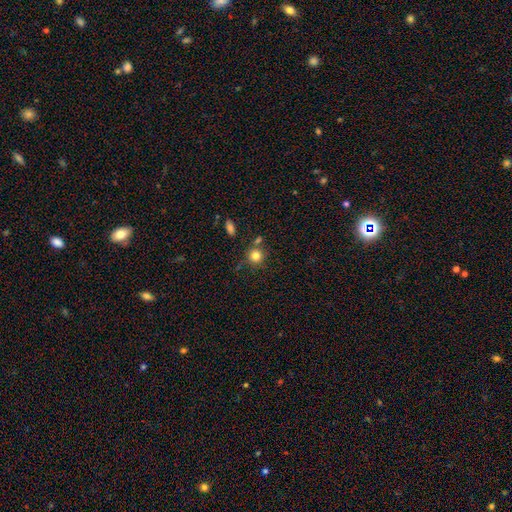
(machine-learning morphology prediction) smooth_or_featured: smooth (p=0.81) [alt: star or artifact p=0.12]
how_rounded: round (p=0.91) [alt: in between p=0.08]
merging: none (p=0.73) [alt: merger p=0.12]